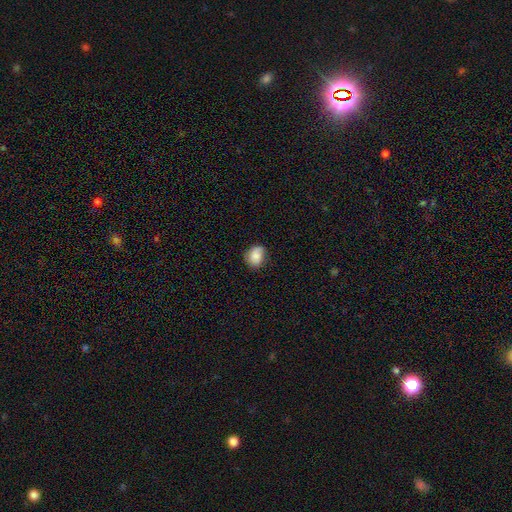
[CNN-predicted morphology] Smooth or featured? Predicted: smooth (p=0.76). How rounded? Predicted: round (p=0.53). Merging? Predicted: none (p=0.68).